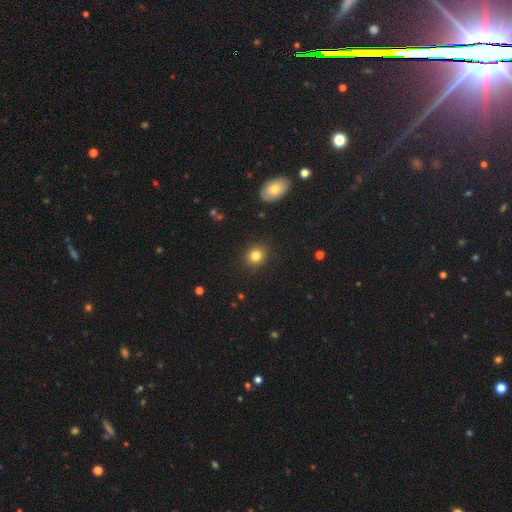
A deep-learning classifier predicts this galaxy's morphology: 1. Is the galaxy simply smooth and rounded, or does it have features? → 82% smooth, 11% star or artifact, 6% featured or disk.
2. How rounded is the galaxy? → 78% round, 21% in between, 1% cigar-shaped.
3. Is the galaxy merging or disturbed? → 89% none, 8% minor disturbance, 2% major disturbance, 1% merger.